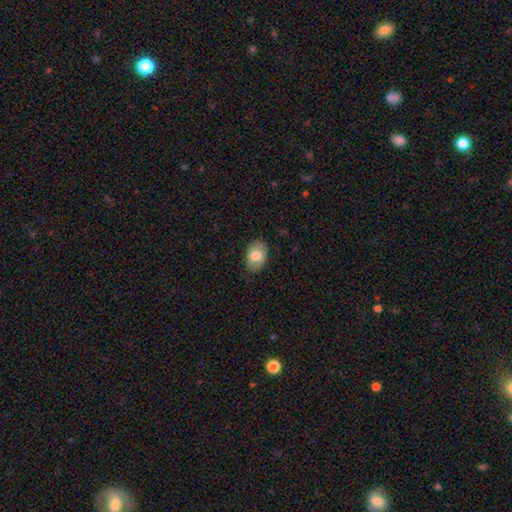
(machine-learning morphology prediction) A smooth galaxy with no disk features (78%) that is in between round and cigar-shaped (85%). Merging: none (84%).